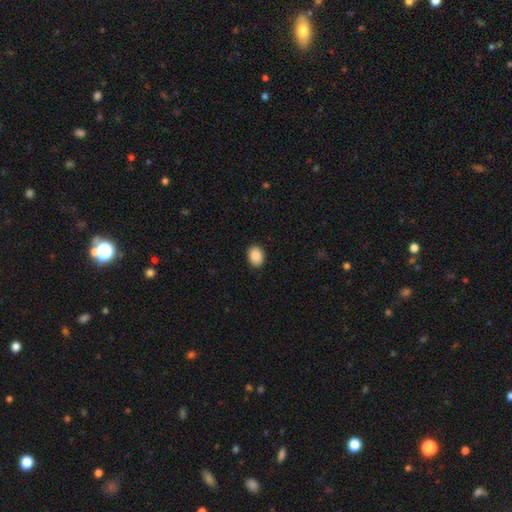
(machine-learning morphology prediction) type=smooth (90%); roundness=in between (67%); merging=none (90%).